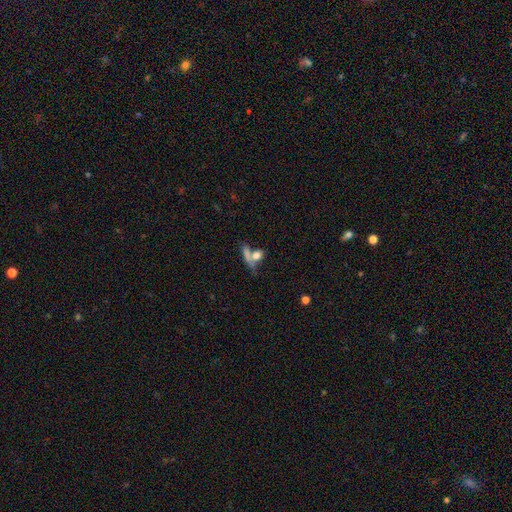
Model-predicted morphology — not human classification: smooth 58%, featured or disk 25%, star or artifact 17%. Down the decision tree: how rounded — in between (39%); merging — none (41%).